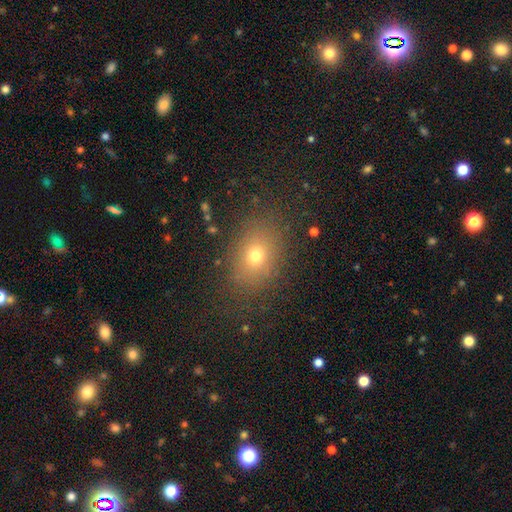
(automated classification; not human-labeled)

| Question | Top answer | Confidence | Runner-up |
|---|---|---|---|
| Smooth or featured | smooth | 70% | star or artifact (17%) |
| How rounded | in between | 63% | round (36%) |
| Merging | none | 82% | minor disturbance (11%) |